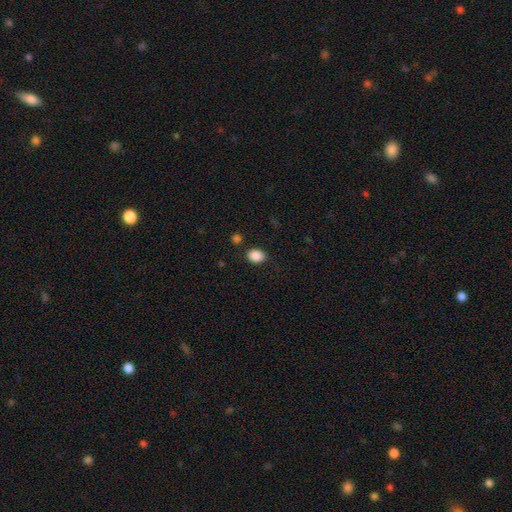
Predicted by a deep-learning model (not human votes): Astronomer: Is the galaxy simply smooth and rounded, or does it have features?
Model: smooth — 88%.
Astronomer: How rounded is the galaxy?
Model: in between — 57% (runner-up: round, 42%).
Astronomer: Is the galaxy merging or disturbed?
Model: none — 82%.